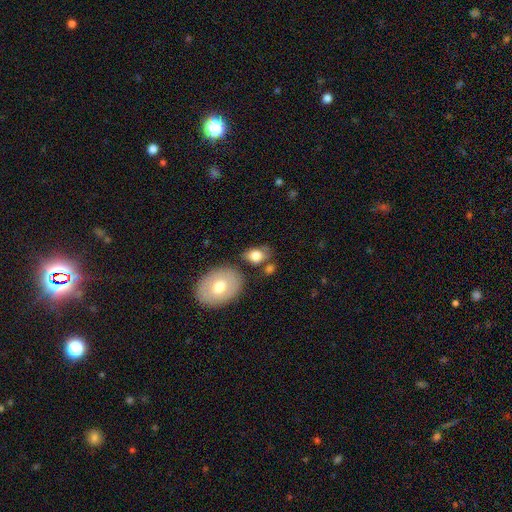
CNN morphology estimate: This appears to be a smooth galaxy with no disk features (77%) that is in between round and cigar-shaped (81%). Merging: none (58%).